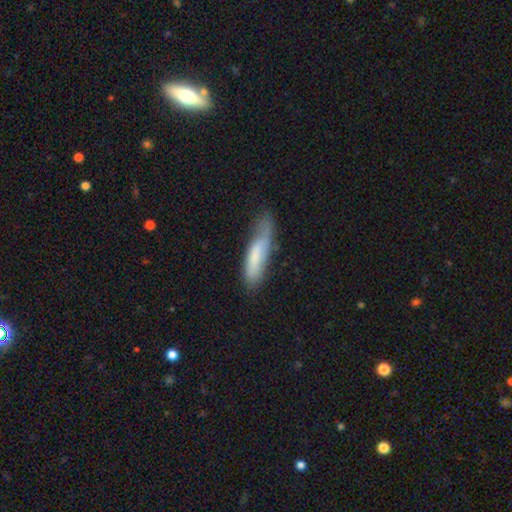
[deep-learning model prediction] This is likely a smooth galaxy (68%). How rounded: likely cigar-shaped (72%). Merging: possibly none (51%).